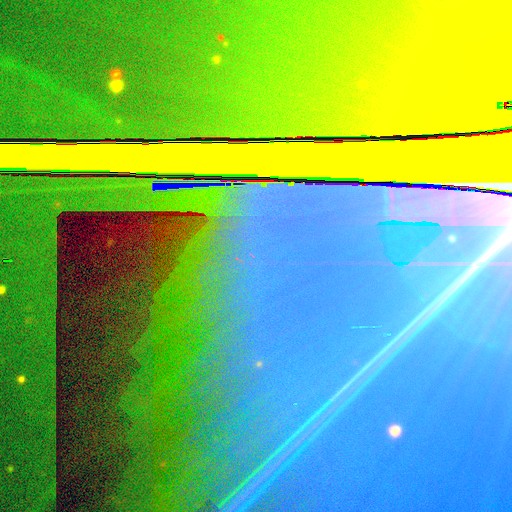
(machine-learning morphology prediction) smooth_or_featured: star or artifact (p=0.88) [alt: featured or disk p=0.07]